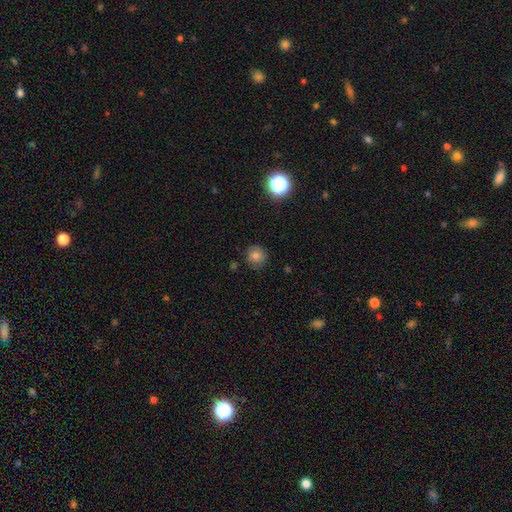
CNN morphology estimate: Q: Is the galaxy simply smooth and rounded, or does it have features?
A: smooth — 77%.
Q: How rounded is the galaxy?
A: round — 91%.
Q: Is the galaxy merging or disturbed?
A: none — 84%.